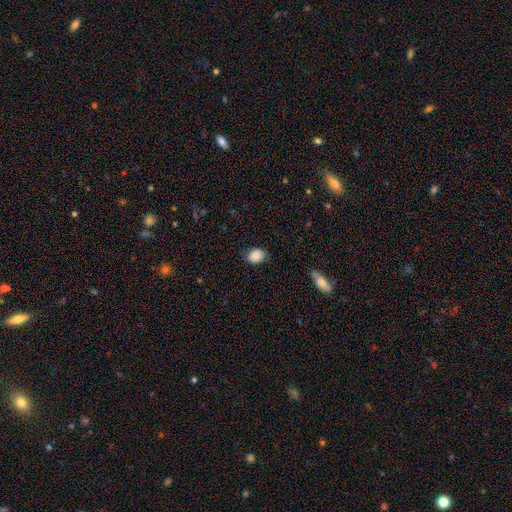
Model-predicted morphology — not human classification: smooth 88%, star or artifact 8%, featured or disk 5%. Down the decision tree: how rounded — in between (66%); merging — none (81%).